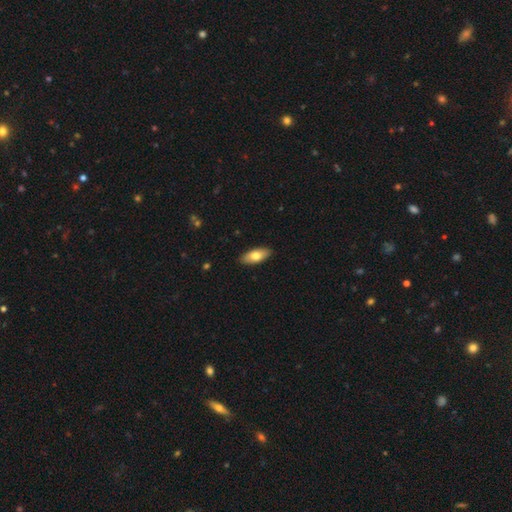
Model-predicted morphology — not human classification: The model was most divided on "smooth or featured": smooth: 74%, featured or disk: 21%, star or artifact: 6%. More confident: merging — none (89%); how rounded — in between (84%).